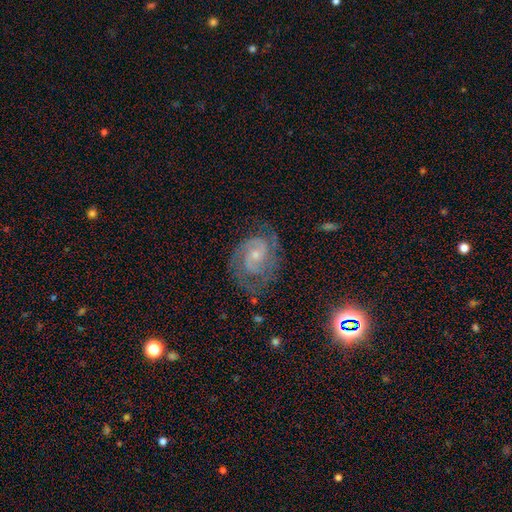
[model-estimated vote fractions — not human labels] A featured or disk galaxy (88%) with no bar (57%), 2 (76%) tight (49%) spiral arms (98%) and a small central bulge (68%).

Vote fractions:
- Smooth or featured? featured or disk: 88% / star or artifact: 7% / smooth: 5%
- Edge-on disk? no: 98% / yes: 2%
- Bar? no: 57% / weak: 35% / strong: 7%
- Spiral arms? yes: 98% / no: 2%
- Spiral winding? tight: 49% / medium: 43% / loose: 7%
- Spiral arm count? 2: 76% / 3: 9% / can't tell: 8% / 1: 3% / 4: 2% / more than 4: 2%
- Bulge size? small: 68% / moderate: 26% / none: 3% / large: 1% / dominant: 1%
- Merging? none: 69% / minor disturbance: 19% / major disturbance: 10% / merger: 2%